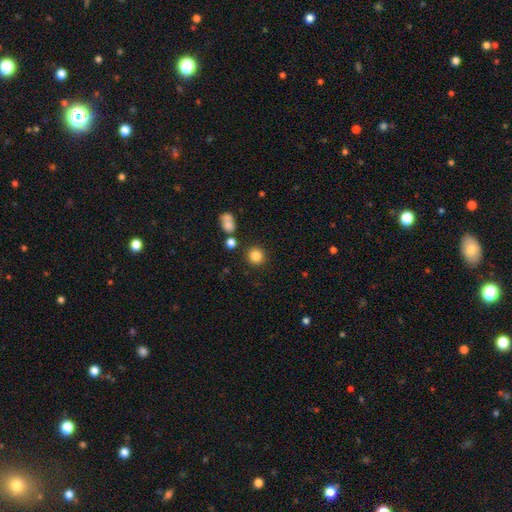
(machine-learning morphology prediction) Q: Smooth or featured?
A: smooth (84%); runner-up: star or artifact (11%)
Q: How rounded?
A: round (92%); runner-up: in between (8%)
Q: Merging?
A: none (86%); runner-up: minor disturbance (7%)